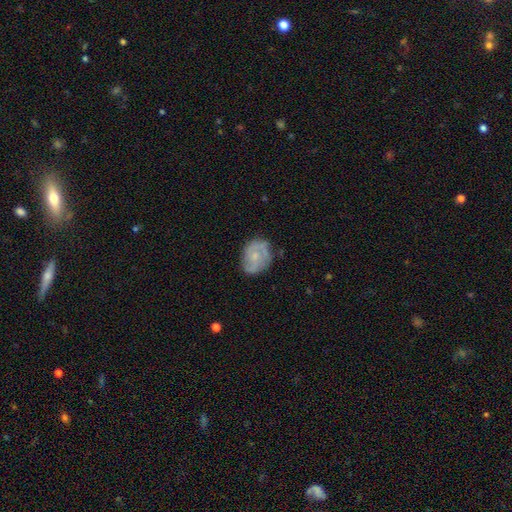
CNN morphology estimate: Smooth or featured?
  - featured or disk: 53% *
  - smooth: 40%
  - star or artifact: 7%
Edge-on disk?
  - no: 97% *
  - yes: 3%
Bar?
  - no: 74% *
  - weak: 23%
  - strong: 4%
Spiral arms?
  - yes: 72% *
  - no: 28%
Bulge size?
  - small: 60% *
  - moderate: 29%
  - none: 8%
  - large: 1%
  - dominant: 1%
Merging?
  - none: 68% *
  - minor disturbance: 22%
  - major disturbance: 7%
  - merger: 2%